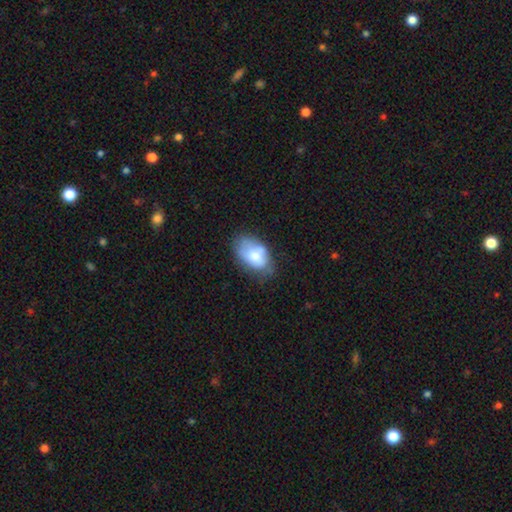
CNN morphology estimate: Smooth or featured?
  - smooth: 71% *
  - featured or disk: 22%
  - star or artifact: 7%
How rounded?
  - in between: 90% *
  - round: 8%
  - cigar-shaped: 1%
Merging?
  - none: 49% *
  - minor disturbance: 33%
  - major disturbance: 12%
  - merger: 6%